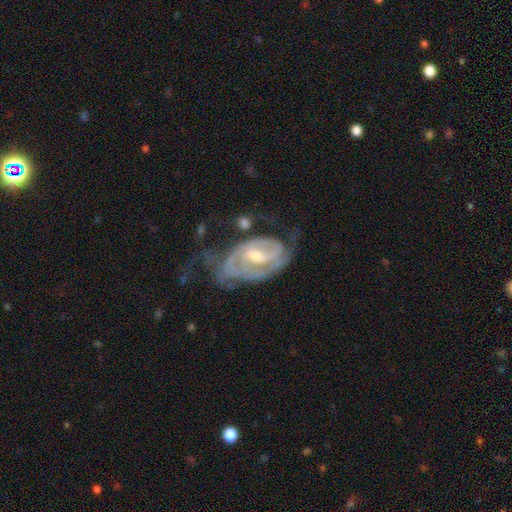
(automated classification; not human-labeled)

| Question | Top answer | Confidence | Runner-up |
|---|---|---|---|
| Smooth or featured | featured or disk | 86% | smooth (8%) |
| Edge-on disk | no | 96% | yes (4%) |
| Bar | weak | 50% | no (28%) |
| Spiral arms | yes | 92% | no (8%) |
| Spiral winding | tight | 61% | medium (30%) |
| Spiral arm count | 2 | 53% | can't tell (25%) |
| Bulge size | moderate | 60% | small (33%) |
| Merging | none | 43% | major disturbance (27%) |